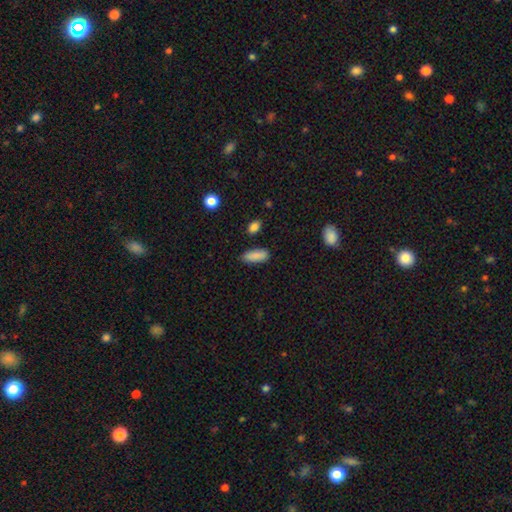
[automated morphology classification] This appears to be a smooth galaxy with no disk features (88%) that is in between round and cigar-shaped (70%). Merging: none (82%).